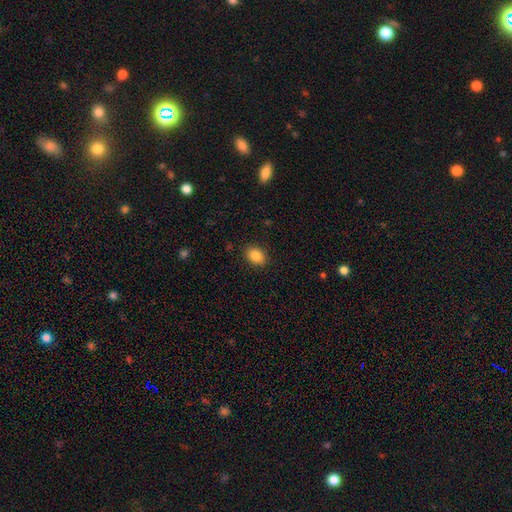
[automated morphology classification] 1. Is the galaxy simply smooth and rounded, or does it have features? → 86% smooth, 9% star or artifact, 5% featured or disk.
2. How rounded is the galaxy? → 69% in between, 30% round, 1% cigar-shaped.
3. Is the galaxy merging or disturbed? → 89% none, 8% minor disturbance, 2% major disturbance, 1% merger.